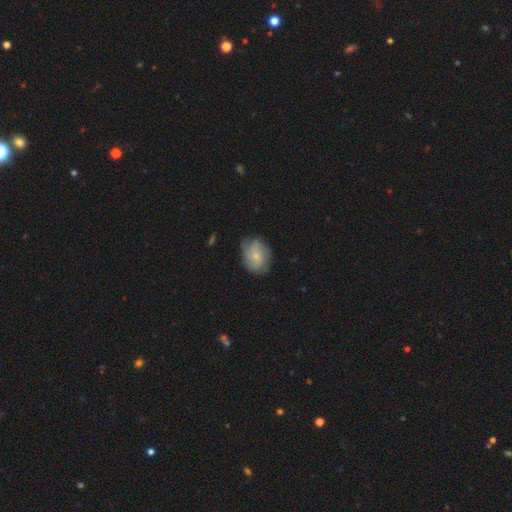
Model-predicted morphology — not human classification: Smooth or featured? featured or disk (47%)
Merging? none (64%)